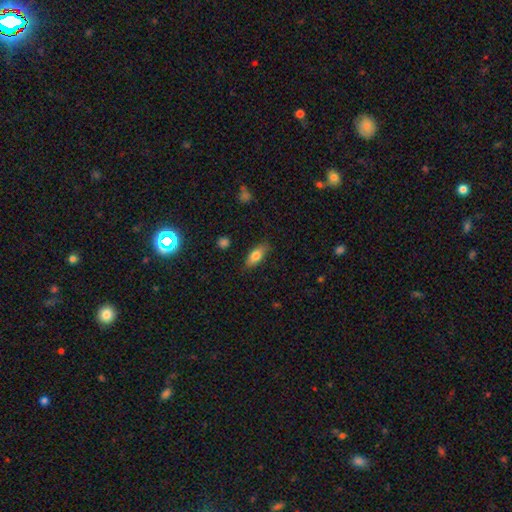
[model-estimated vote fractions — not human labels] smooth_or_featured: smooth (p=0.74) [alt: featured or disk p=0.19]
how_rounded: in between (p=0.76) [alt: cigar-shaped p=0.20]
merging: none (p=0.81) [alt: minor disturbance p=0.15]